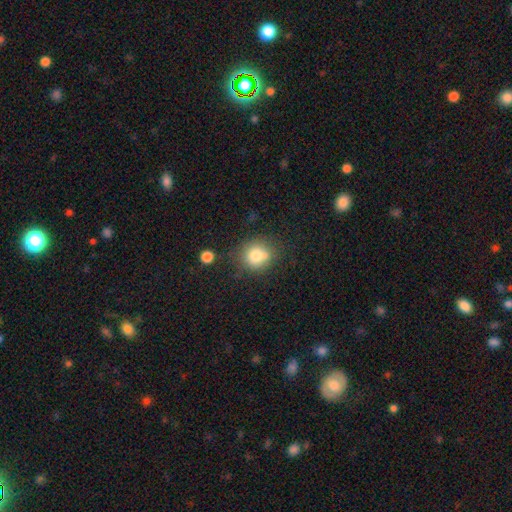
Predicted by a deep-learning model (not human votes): smooth_or_featured: smooth (p=0.75) [alt: featured or disk p=0.13]
how_rounded: round (p=0.83) [alt: in between p=0.16]
merging: none (p=0.60) [alt: merger p=0.21]